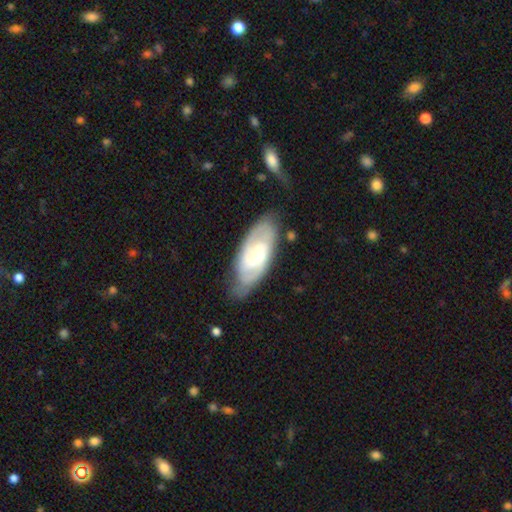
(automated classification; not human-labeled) smooth-or-featured: featured or disk: 74% | smooth: 21% | star or artifact: 5%
  disk-edge-on: no: 93% | yes: 7%
    bar: no: 53% | weak: 36% | strong: 10%
    has-spiral-arms: yes: 91% | no: 9%
      spiral-winding: tight: 52% | medium: 38% | loose: 10%
      spiral-arm-count: 2: 69% | can't tell: 20% | 3: 6% | 1: 2% | 4: 2% | more than 4: 1%
    bulge-size: small: 56% | moderate: 35% | large: 5% | none: 3% | dominant: 1%
  merging: none: 71% | minor disturbance: 20% | major disturbance: 6% | merger: 2%